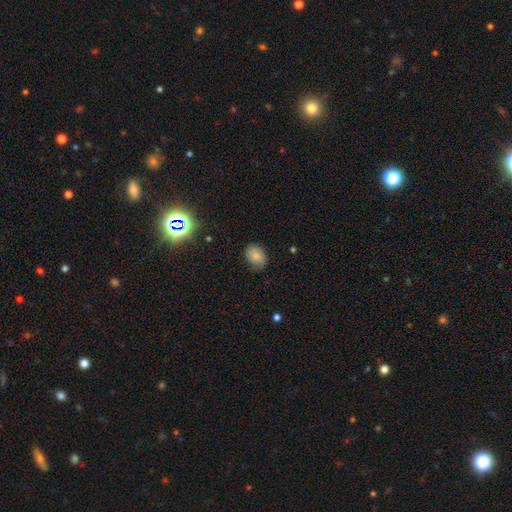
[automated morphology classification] smooth-or-featured: smooth: 83% | star or artifact: 11% | featured or disk: 6%
  how-rounded: in between: 75% | round: 24% | cigar-shaped: 1%
  merging: none: 81% | minor disturbance: 15% | major disturbance: 3% | merger: 1%